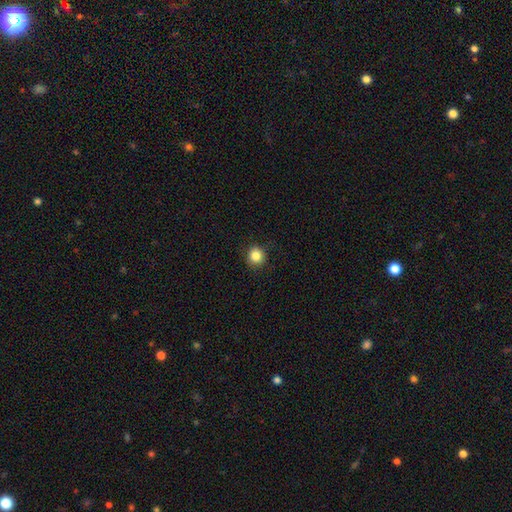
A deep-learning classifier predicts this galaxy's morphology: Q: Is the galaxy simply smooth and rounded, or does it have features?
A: smooth — 85%.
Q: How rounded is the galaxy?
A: round — 90%.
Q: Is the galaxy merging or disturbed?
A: none — 90%.